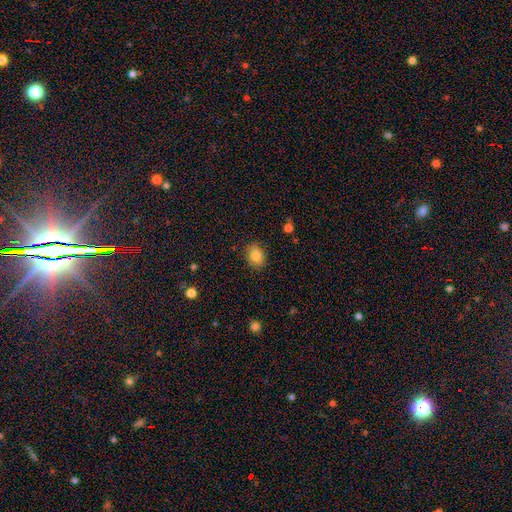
Morphology: type=smooth (85%); roundness=in between (67%); merging=none (78%).